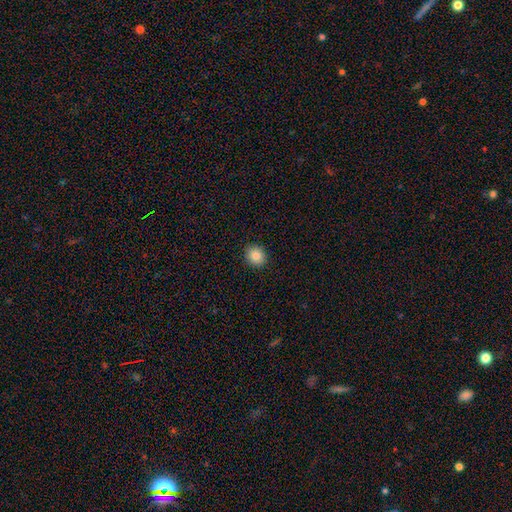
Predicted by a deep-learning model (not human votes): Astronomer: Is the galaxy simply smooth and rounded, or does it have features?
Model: smooth — 85%.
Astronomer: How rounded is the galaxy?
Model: round — 75%.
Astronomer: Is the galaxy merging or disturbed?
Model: none — 91%.